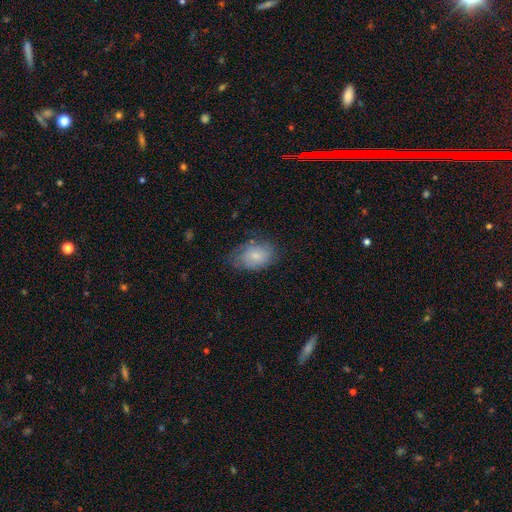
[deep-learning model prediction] Q: Smooth or featured?
A: smooth (67%); runner-up: featured or disk (25%)
Q: How rounded?
A: in between (79%); runner-up: round (20%)
Q: Merging?
A: none (56%); runner-up: minor disturbance (30%)